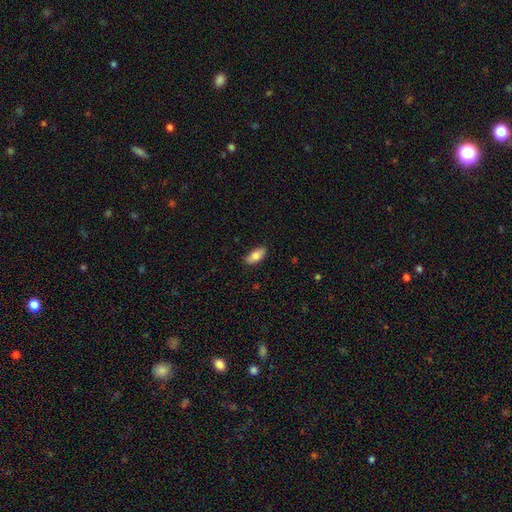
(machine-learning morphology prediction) Smooth or featured?
  - smooth: 79% *
  - featured or disk: 14%
  - star or artifact: 6%
How rounded?
  - in between: 88% *
  - cigar-shaped: 9%
  - round: 2%
Merging?
  - none: 86% *
  - minor disturbance: 11%
  - major disturbance: 2%
  - merger: 1%